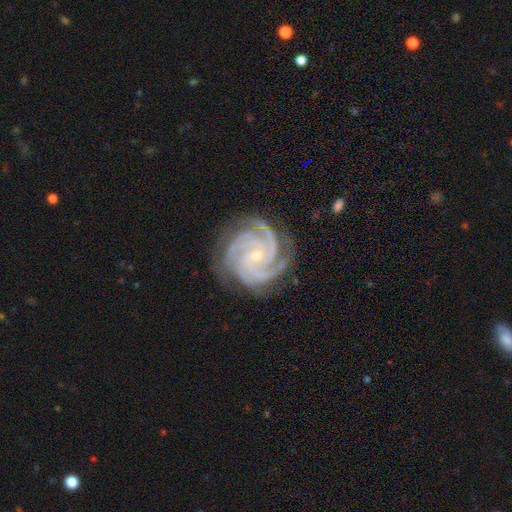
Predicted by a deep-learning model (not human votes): Smooth or featured? Predicted: featured or disk (p=0.93). Edge-on disk? Predicted: no (p=0.98). Bar? Predicted: no (p=0.68). Spiral arms? Predicted: yes (p=0.99). Spiral winding? Predicted: tight (p=0.79). Spiral arm count? Predicted: 3 (p=0.40). Bulge size? Predicted: small (p=0.77). Merging? Predicted: none (p=0.82).